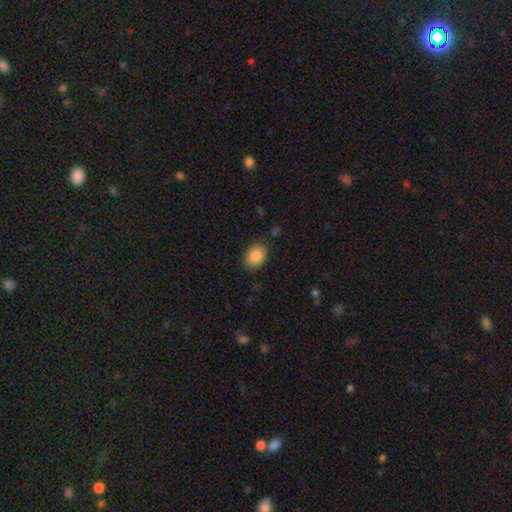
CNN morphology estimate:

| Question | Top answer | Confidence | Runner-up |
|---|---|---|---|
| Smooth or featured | smooth | 87% | star or artifact (8%) |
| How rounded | in between | 66% | round (33%) |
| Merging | none | 83% | minor disturbance (12%) |